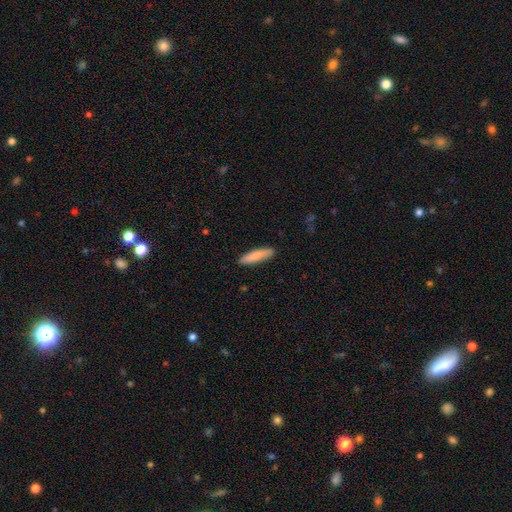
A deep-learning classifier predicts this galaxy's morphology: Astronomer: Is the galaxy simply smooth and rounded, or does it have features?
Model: smooth — 84%.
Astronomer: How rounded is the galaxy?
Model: cigar-shaped — 73%.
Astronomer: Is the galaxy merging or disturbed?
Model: none — 89%.